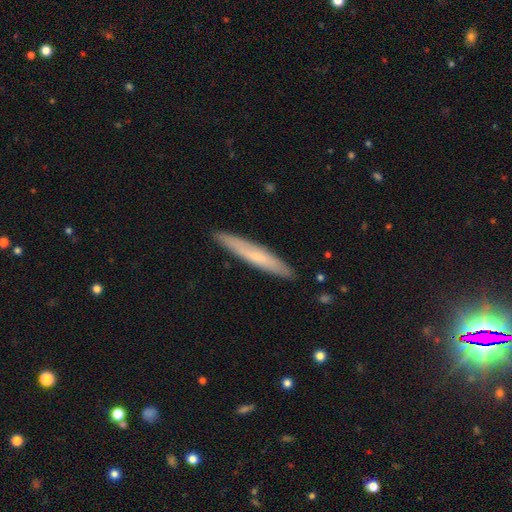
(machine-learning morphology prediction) Smooth or featured?
  - smooth: 58% *
  - featured or disk: 36%
  - star or artifact: 6%
How rounded?
  - cigar-shaped: 94% *
  - in between: 5%
  - round: 1%
Merging?
  - none: 90% *
  - minor disturbance: 8%
  - major disturbance: 1%
  - merger: 1%